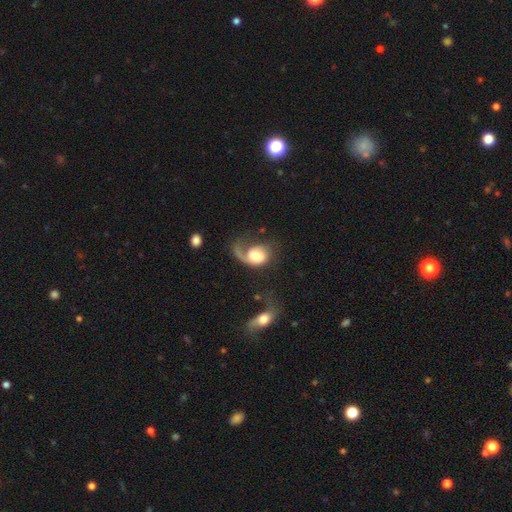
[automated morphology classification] smooth_or_featured: featured or disk (p=0.63) [alt: smooth p=0.30]
disk_edge_on: no (p=0.97) [alt: yes p=0.03]
bar: no (p=0.71) [alt: weak p=0.24]
has_spiral_arms: yes (p=0.89) [alt: no p=0.11]
spiral_winding: loose (p=0.56) [alt: medium p=0.29]
spiral_arm_count: 1 (p=0.85) [alt: 2 p=0.08]
bulge_size: moderate (p=0.39) [alt: large p=0.36]
merging: major disturbance (p=0.45) [alt: none p=0.31]